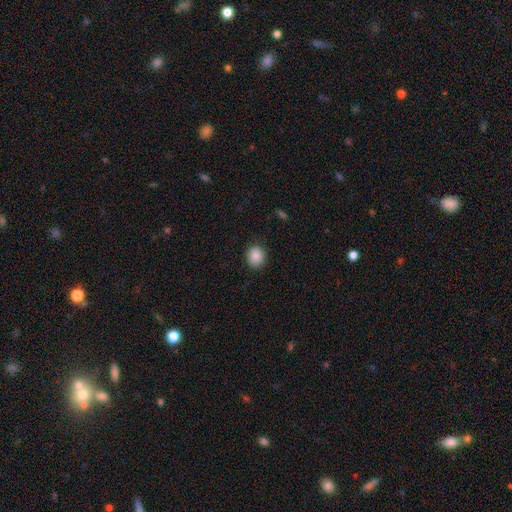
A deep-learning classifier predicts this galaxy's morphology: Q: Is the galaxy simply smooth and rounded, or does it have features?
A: smooth — 88%.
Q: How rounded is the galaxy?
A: round — 69%.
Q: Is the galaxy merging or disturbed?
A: none — 87%.